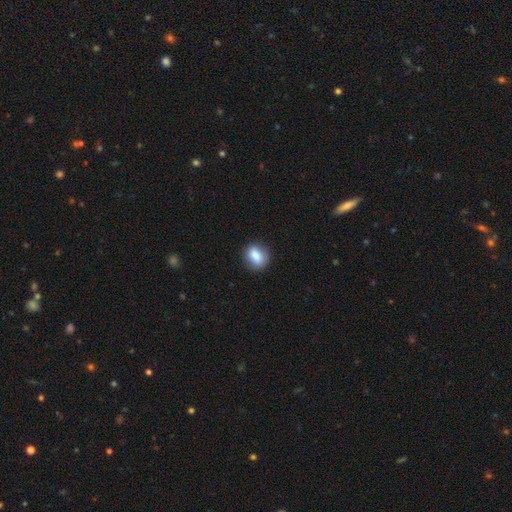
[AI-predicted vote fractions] smooth 84%, star or artifact 9%, featured or disk 8%. Down the decision tree: how rounded — round (56%); merging — none (85%).